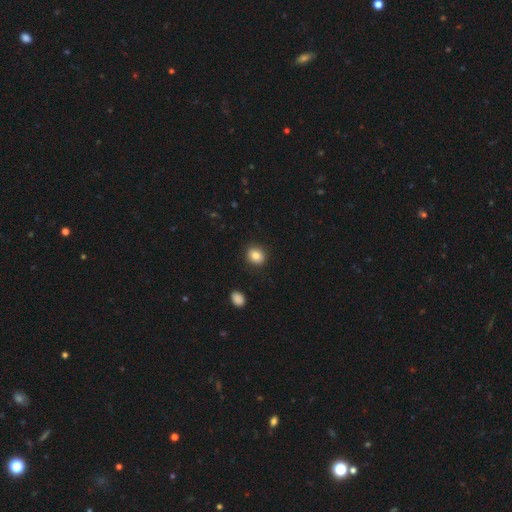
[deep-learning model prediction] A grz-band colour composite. It shows a smooth galaxy with no disk features (84%) that is round (69%). Merging: none (90%).